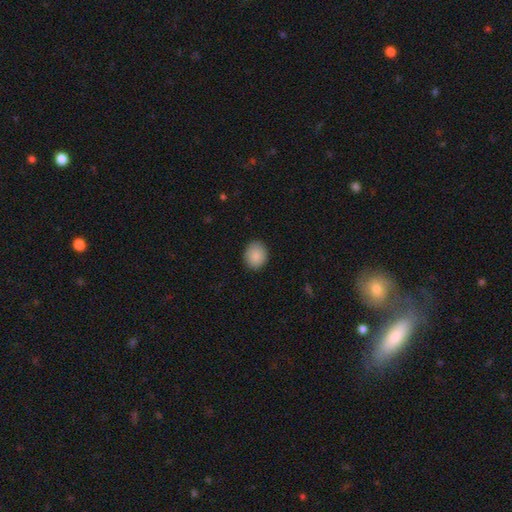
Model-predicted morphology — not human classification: A smooth galaxy with no disk features (88%) that is round (66%).

Vote fractions:
- Smooth or featured? smooth: 88% / star or artifact: 8% / featured or disk: 5%
- How rounded? round: 66% / in between: 33% / cigar-shaped: 1%
- Merging? none: 87% / minor disturbance: 9% / major disturbance: 2% / merger: 1%